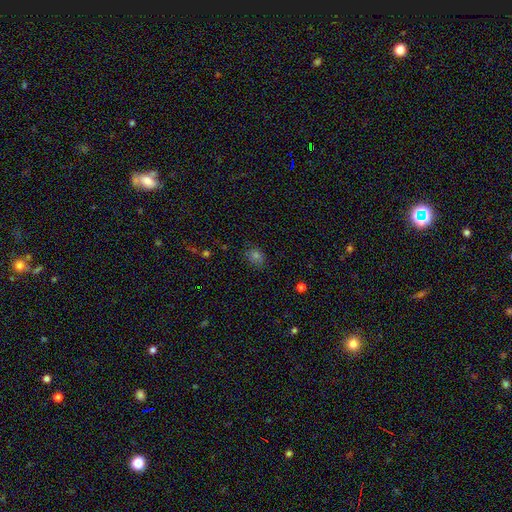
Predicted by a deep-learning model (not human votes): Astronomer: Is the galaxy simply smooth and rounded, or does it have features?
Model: smooth — 62%.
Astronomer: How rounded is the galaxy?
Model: round — 58% (runner-up: in between, 40%).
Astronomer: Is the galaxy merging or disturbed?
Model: none — 78%.